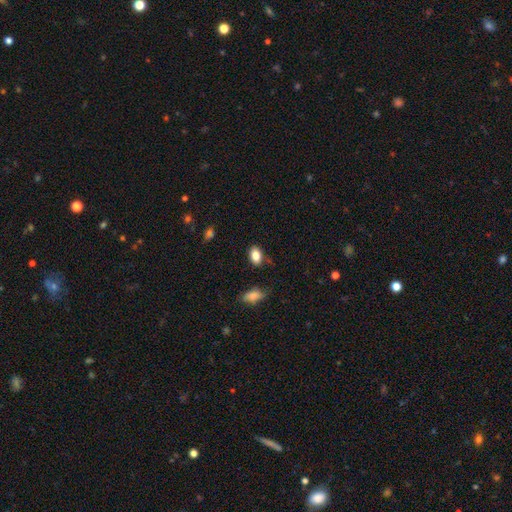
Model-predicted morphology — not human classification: type=smooth (84%); roundness=in between (85%); merging=none (81%).